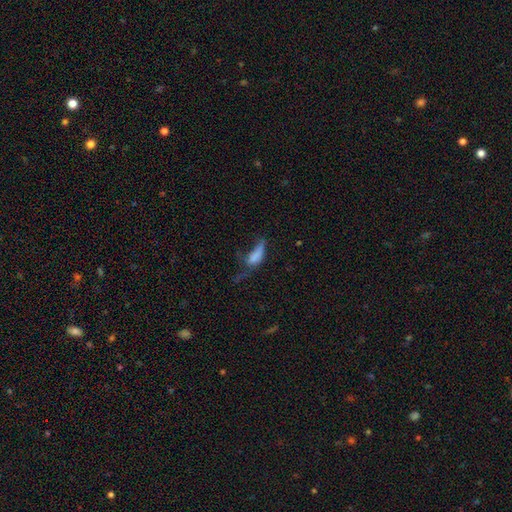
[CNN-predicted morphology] This is likely a smooth galaxy (66%). How rounded: likely in between (65%). Merging: possibly major disturbance (50%).